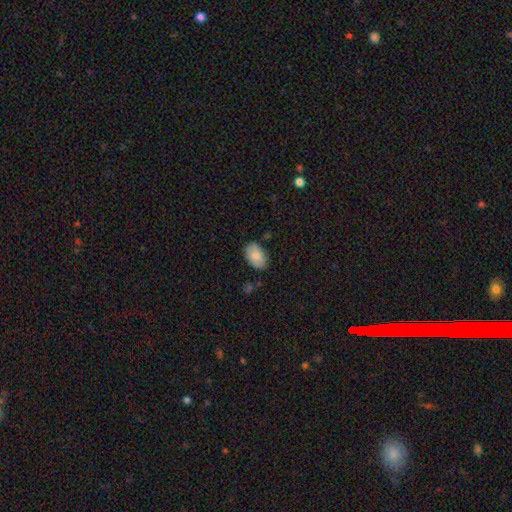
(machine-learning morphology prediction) type=smooth (80%); roundness=in between (90%); merging=none (79%).